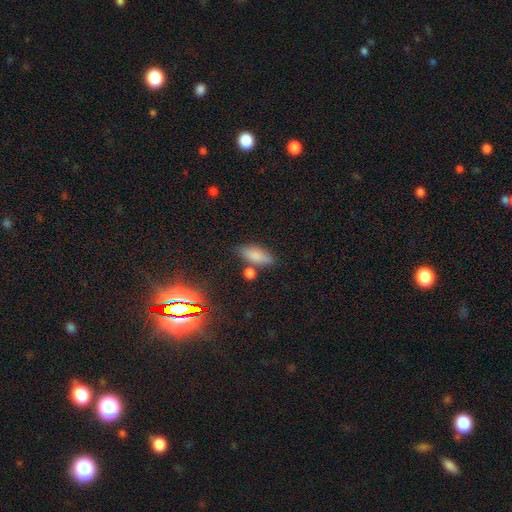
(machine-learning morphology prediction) Smooth or featured? smooth (81%)
How rounded? in between (77%)
Merging? none (67%)